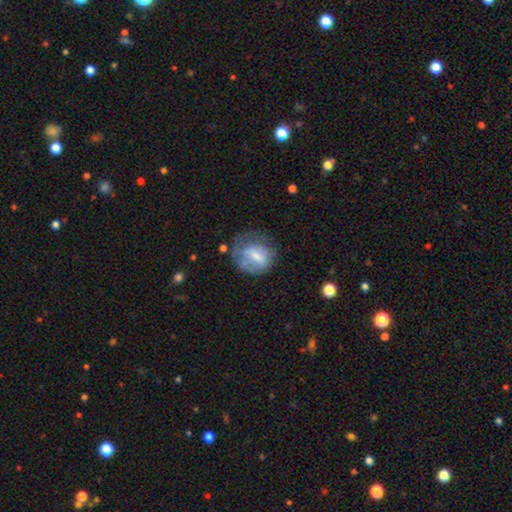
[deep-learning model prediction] Overall: smooth (54%; featured or disk 37%). How rounded: round (61%; in between 38%). Merging: none (40%; minor disturbance 28%).